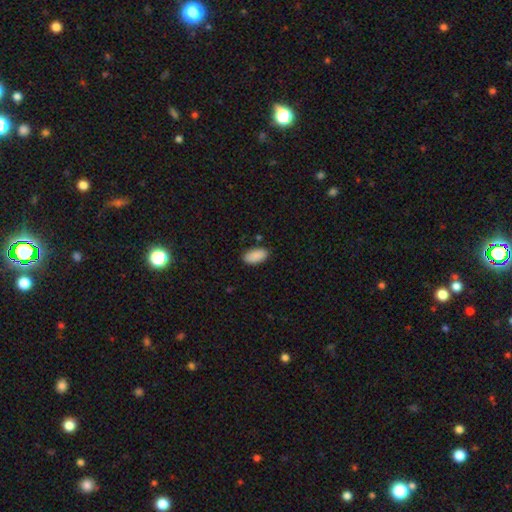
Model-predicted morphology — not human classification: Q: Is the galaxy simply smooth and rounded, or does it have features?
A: smooth — 90%.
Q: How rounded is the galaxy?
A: in between — 95%.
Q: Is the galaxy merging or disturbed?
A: none — 86%.